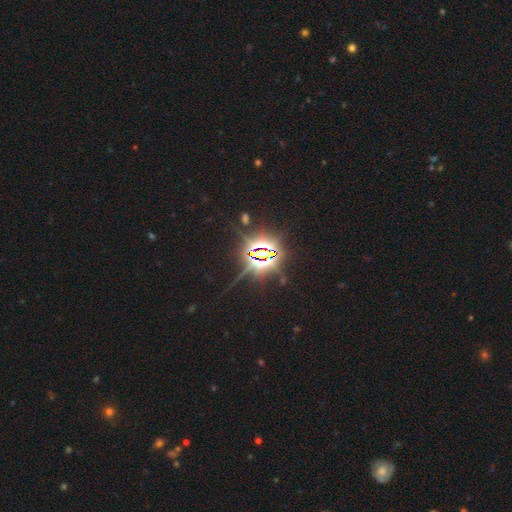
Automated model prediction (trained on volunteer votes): Overall: star or artifact (85%).